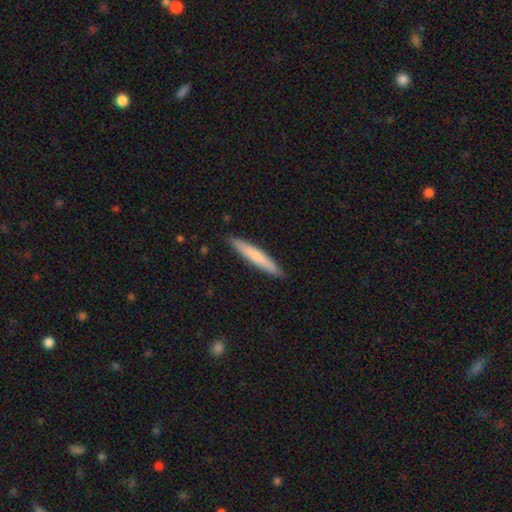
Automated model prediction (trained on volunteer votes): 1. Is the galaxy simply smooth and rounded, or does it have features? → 71% smooth, 24% featured or disk, 5% star or artifact.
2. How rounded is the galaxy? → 94% cigar-shaped, 5% in between, 1% round.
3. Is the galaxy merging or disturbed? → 90% none, 7% minor disturbance, 1% major disturbance, 1% merger.